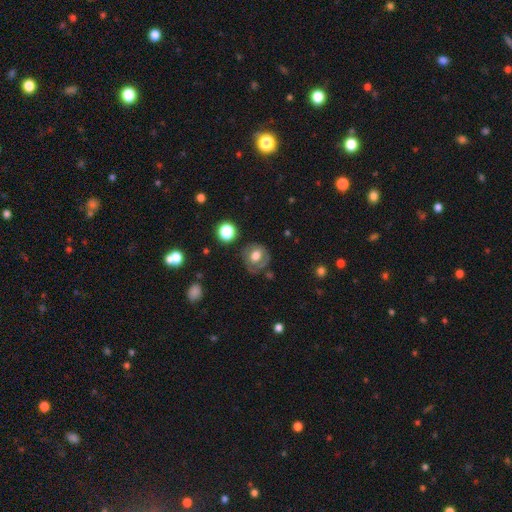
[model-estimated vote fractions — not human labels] This is possibly a smooth galaxy (58%). How rounded: likely round (77%). Merging: likely none (71%).